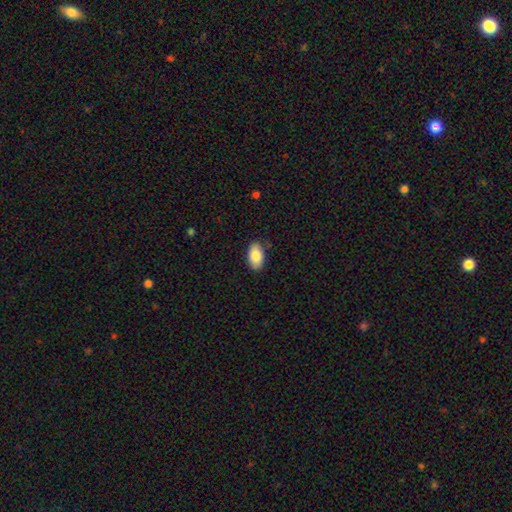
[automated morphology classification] This appears to be a smooth galaxy with no disk features (85%) that is in between round and cigar-shaped (94%). Merging: none (84%).